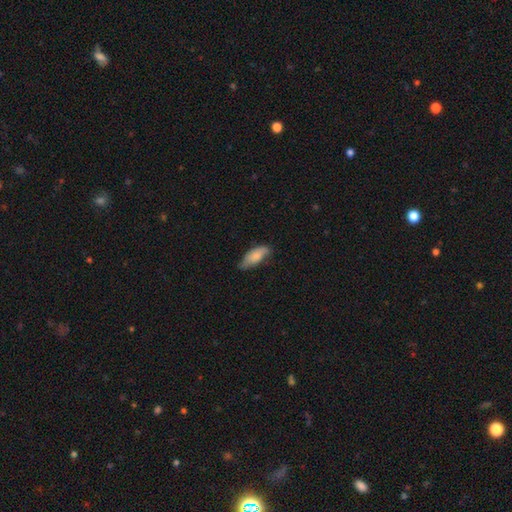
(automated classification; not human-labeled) smooth-or-featured: smooth: 75% | featured or disk: 19% | star or artifact: 6%
  how-rounded: in between: 76% | cigar-shaped: 22% | round: 2%
  merging: none: 63% | minor disturbance: 30% | major disturbance: 5% | merger: 2%